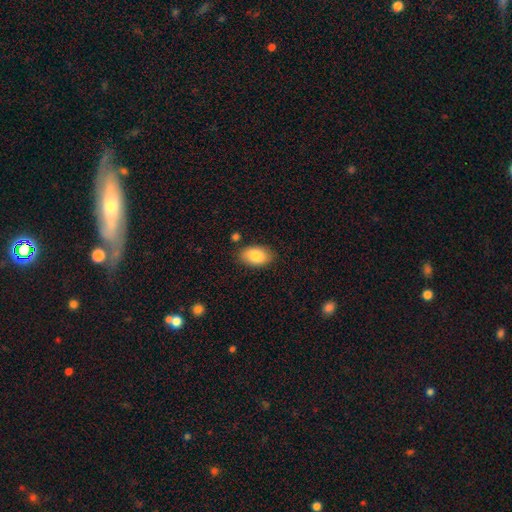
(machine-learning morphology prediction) Smooth or featured: smooth — 84% (featured or disk — 9%)
How rounded: in between — 92% (round — 7%)
Merging: none — 83% (minor disturbance — 12%)